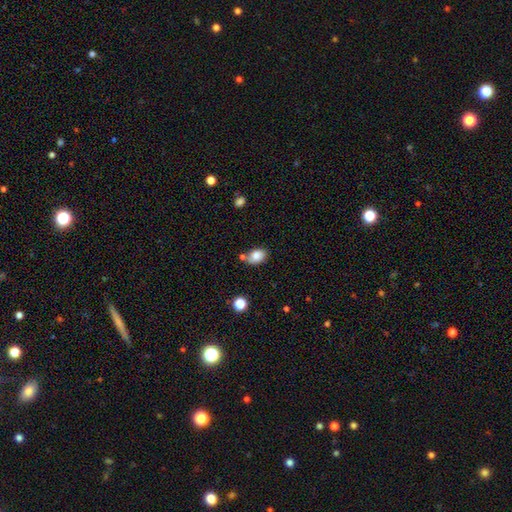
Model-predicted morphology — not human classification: A smooth galaxy with no disk features (82%) that is in between round and cigar-shaped (76%). Merging: none (61%).